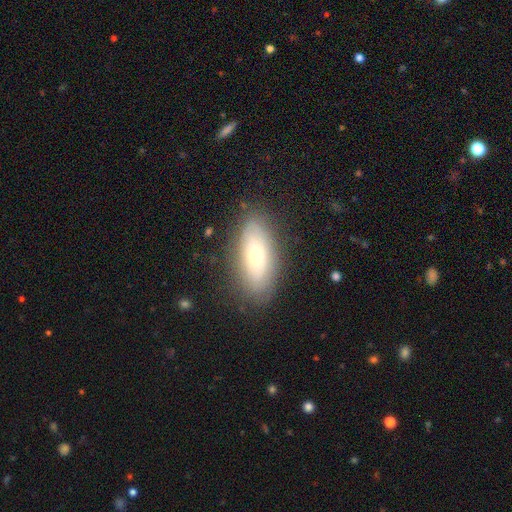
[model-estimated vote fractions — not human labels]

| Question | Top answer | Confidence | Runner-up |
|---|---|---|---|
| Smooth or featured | smooth | 54% | featured or disk (38%) |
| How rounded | in between | 82% | cigar-shaped (14%) |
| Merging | none | 81% | minor disturbance (13%) |